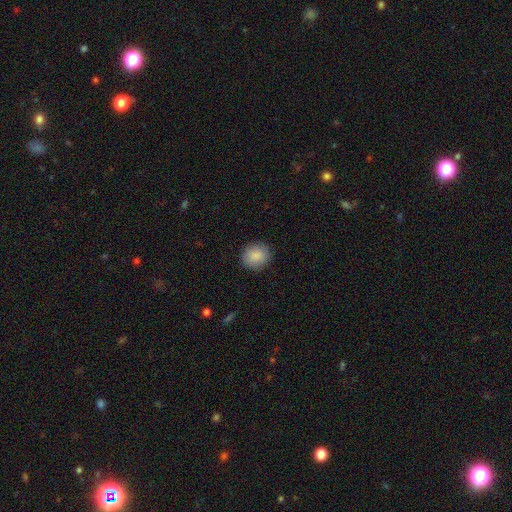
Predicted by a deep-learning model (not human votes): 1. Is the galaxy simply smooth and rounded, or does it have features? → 88% smooth, 8% star or artifact, 4% featured or disk.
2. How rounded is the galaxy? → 77% round, 22% in between, 1% cigar-shaped.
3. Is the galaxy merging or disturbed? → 88% none, 8% minor disturbance, 2% major disturbance, 1% merger.